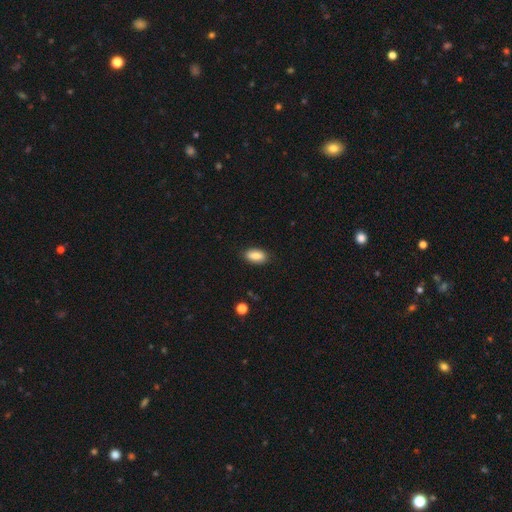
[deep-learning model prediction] The model was most divided on "smooth or featured": smooth: 85%, featured or disk: 8%, star or artifact: 7%. More confident: how rounded — in between (92%); merging — none (87%).